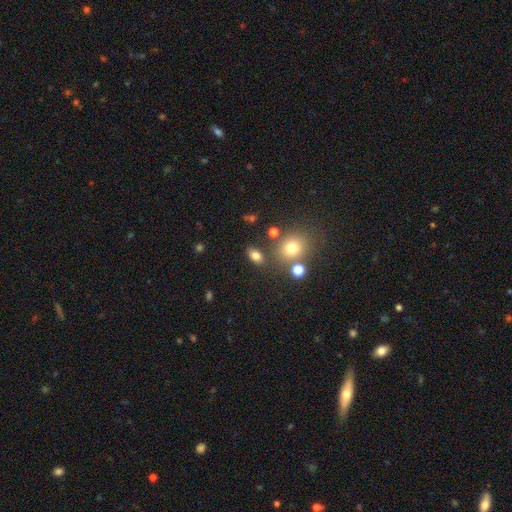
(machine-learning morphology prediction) Q: Smooth or featured?
A: smooth (77%); runner-up: star or artifact (14%)
Q: How rounded?
A: in between (79%); runner-up: round (19%)
Q: Merging?
A: none (75%); runner-up: minor disturbance (11%)